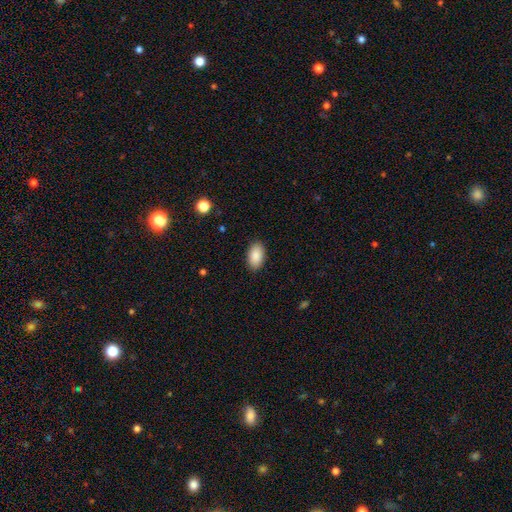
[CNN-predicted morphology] The model was most divided on "merging": none: 89%, minor disturbance: 8%, major disturbance: 2%, merger: 1%. More confident: how rounded — in between (94%); smooth or featured — smooth (89%).